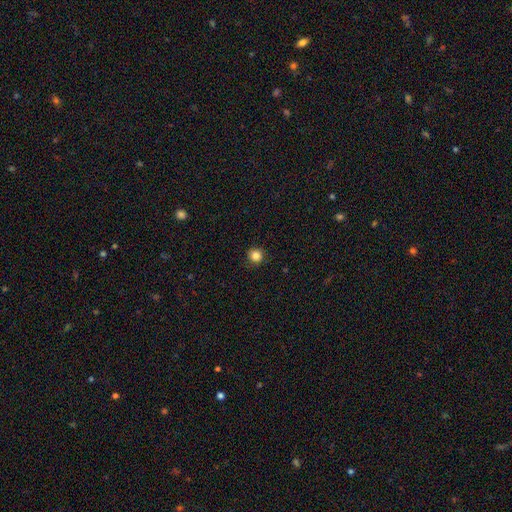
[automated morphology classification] Smooth or featured? Predicted: smooth (p=0.84). How rounded? Predicted: round (p=0.94). Merging? Predicted: none (p=0.88).